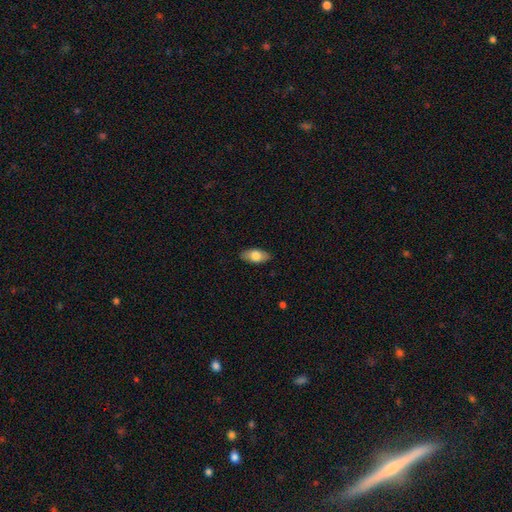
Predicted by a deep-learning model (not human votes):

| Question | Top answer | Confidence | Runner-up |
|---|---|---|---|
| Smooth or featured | smooth | 75% | featured or disk (19%) |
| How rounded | in between | 91% | cigar-shaped (6%) |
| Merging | none | 87% | minor disturbance (10%) |